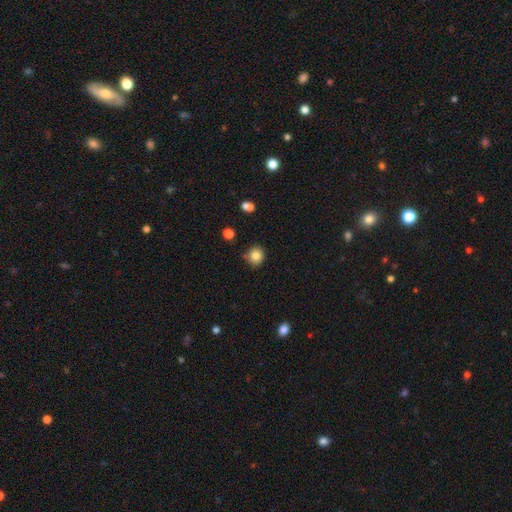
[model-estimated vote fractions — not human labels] smooth_or_featured: smooth (p=0.83) [alt: star or artifact p=0.11]
how_rounded: round (p=0.87) [alt: in between p=0.12]
merging: none (p=0.79) [alt: minor disturbance p=0.15]